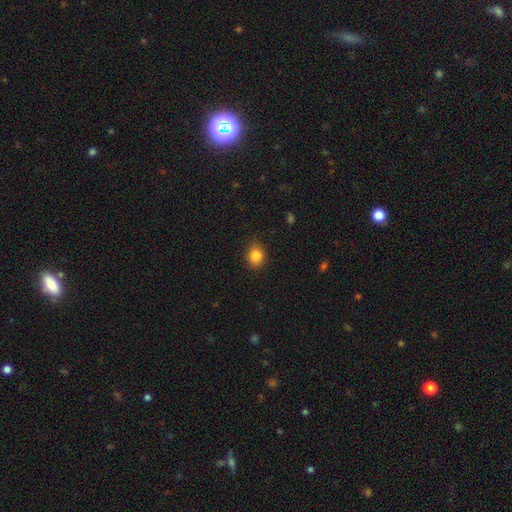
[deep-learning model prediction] A smooth galaxy with no disk features (86%) that is round (64%). Merging: none (79%).